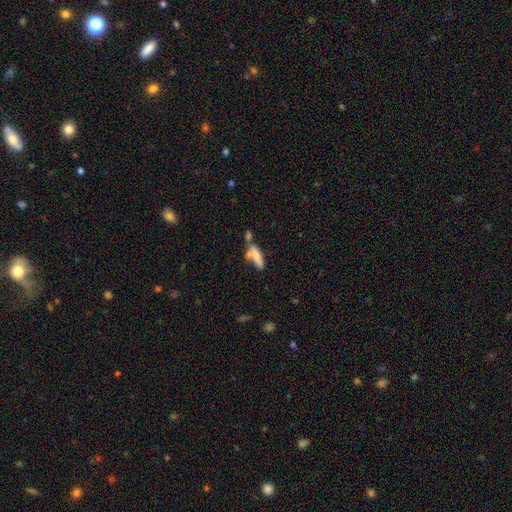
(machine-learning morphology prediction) type=smooth (65%); roundness=in between (50%); merging=none (39%).